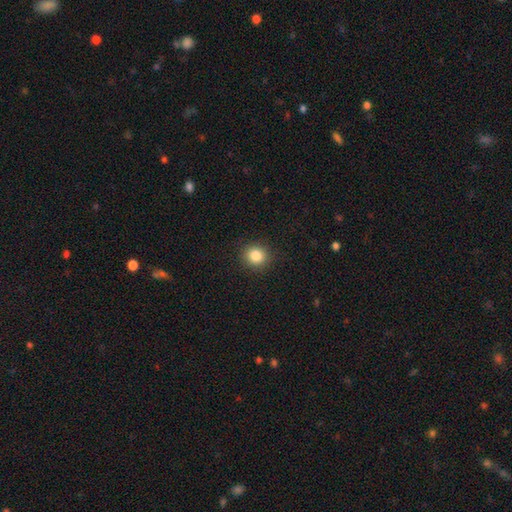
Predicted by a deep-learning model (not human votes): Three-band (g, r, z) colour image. It shows a smooth galaxy with no disk features (84%) that is round (85%). Merging: none (91%).